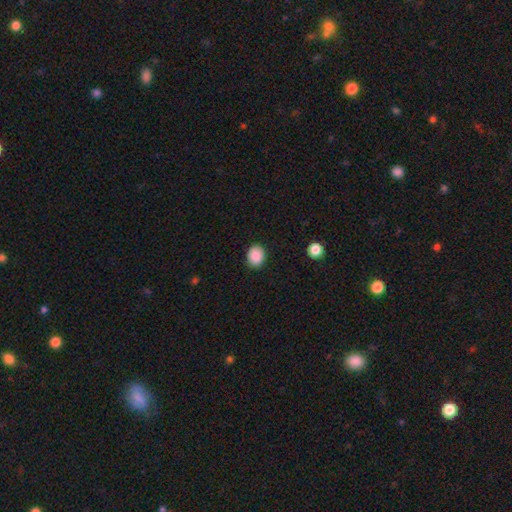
smooth 97%, star or artifact 3%, featured or disk 0%. Down the decision tree: how rounded — round (68%); merging — none (84%).